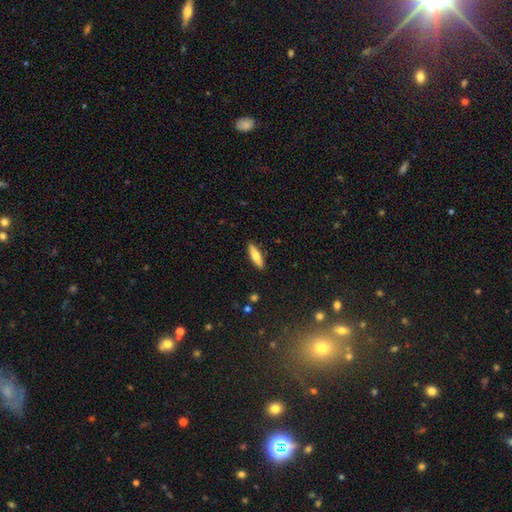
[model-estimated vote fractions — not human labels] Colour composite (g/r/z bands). It shows a smooth galaxy with no disk features (75%) that is cigar-shaped (66%). Merging: none (89%).